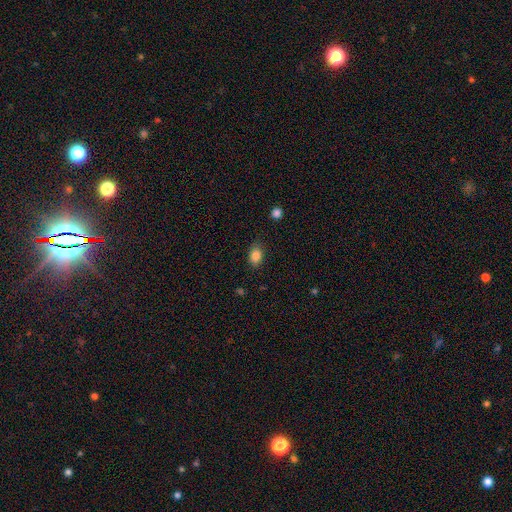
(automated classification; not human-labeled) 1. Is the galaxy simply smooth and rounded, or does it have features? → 85% smooth, 10% star or artifact, 5% featured or disk.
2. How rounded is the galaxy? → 80% in between, 19% round, 2% cigar-shaped.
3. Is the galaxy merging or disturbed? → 80% none, 15% minor disturbance, 3% major disturbance, 1% merger.